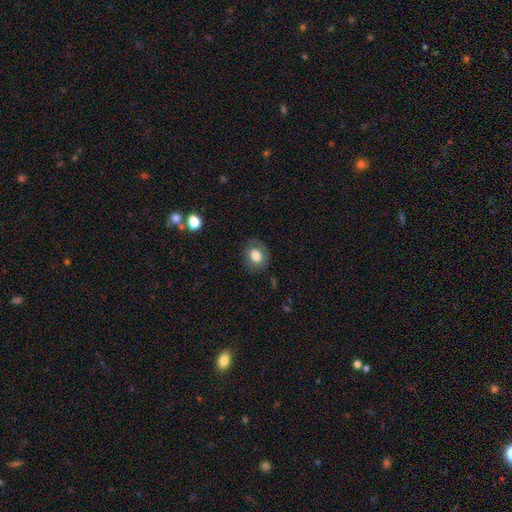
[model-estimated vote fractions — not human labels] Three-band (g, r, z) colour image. It shows a smooth galaxy with no disk features (76%) that is round (57%). Merging: none (81%).